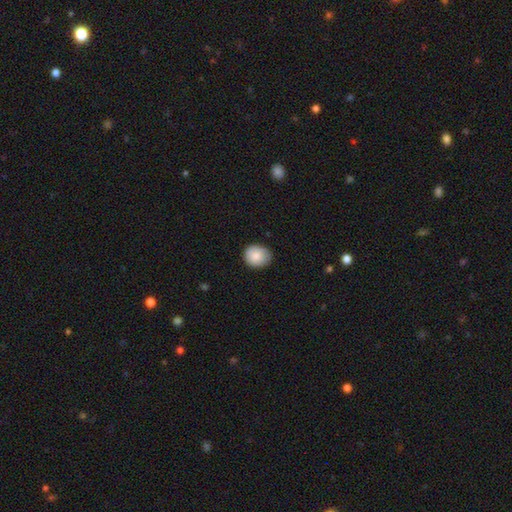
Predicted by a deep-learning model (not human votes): Smooth or featured: smooth — 86% (star or artifact — 7%)
How rounded: round — 72% (in between — 27%)
Merging: none — 82% (minor disturbance — 15%)